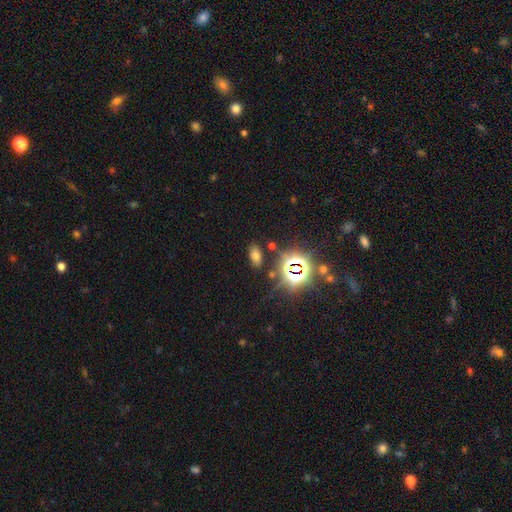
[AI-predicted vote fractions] This appears to be a smooth galaxy with no disk features (58%) that is in between round and cigar-shaped (89%). Merging: none (83%).